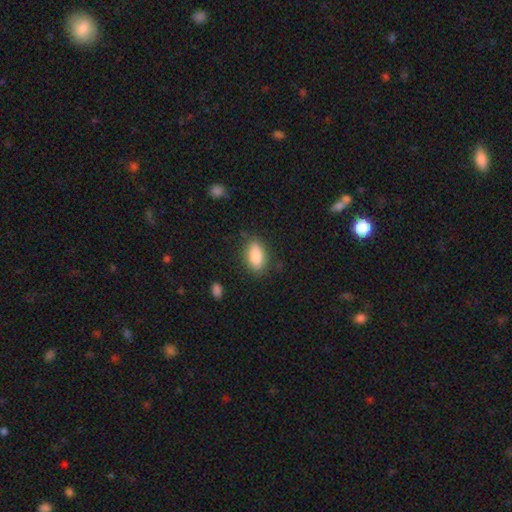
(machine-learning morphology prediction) smooth_or_featured: smooth (p=0.87) [alt: star or artifact p=0.07]
how_rounded: in between (p=0.90) [alt: cigar-shaped p=0.06]
merging: none (p=0.82) [alt: minor disturbance p=0.13]